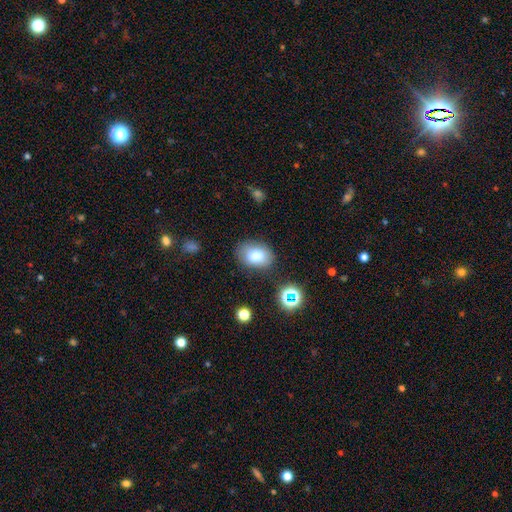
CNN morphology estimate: smooth_or_featured: smooth (p=0.80) [alt: star or artifact p=0.10]
how_rounded: in between (p=0.79) [alt: round p=0.20]
merging: none (p=0.79) [alt: minor disturbance p=0.14]